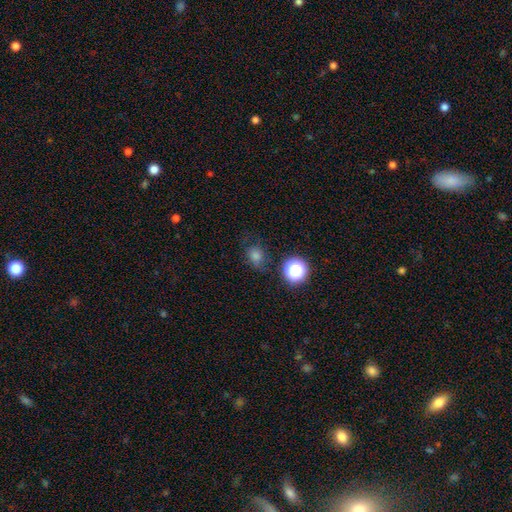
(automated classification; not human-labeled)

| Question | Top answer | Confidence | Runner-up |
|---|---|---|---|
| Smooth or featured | smooth | 68% | star or artifact (21%) |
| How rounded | round | 66% | in between (33%) |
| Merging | none | 65% | minor disturbance (22%) |